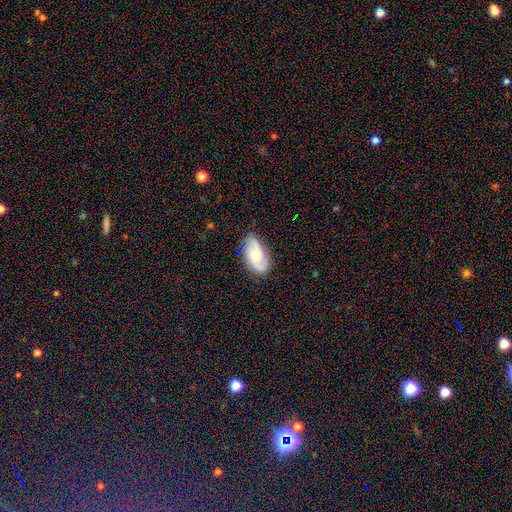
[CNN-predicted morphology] Q: Smooth or featured?
A: featured or disk (66%); runner-up: smooth (27%)
Q: Edge-on disk?
A: no (95%); runner-up: yes (5%)
Q: Bar?
A: no (68%); runner-up: weak (26%)
Q: Spiral arms?
A: yes (93%); runner-up: no (7%)
Q: Spiral winding?
A: medium (43%); runner-up: tight (34%)
Q: Spiral arm count?
A: 2 (61%); runner-up: 3 (15%)
Q: Bulge size?
A: moderate (55%); runner-up: small (36%)
Q: Merging?
A: none (76%); runner-up: minor disturbance (17%)